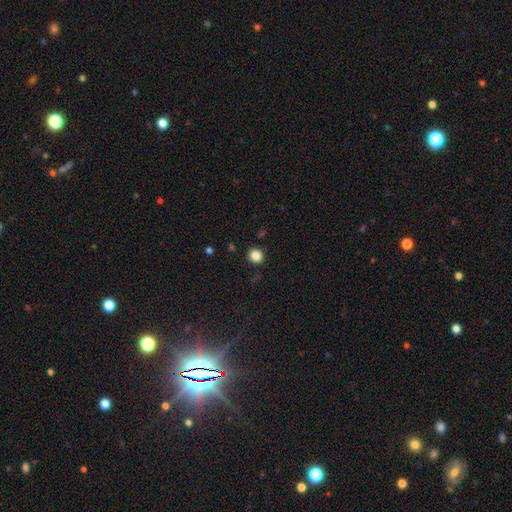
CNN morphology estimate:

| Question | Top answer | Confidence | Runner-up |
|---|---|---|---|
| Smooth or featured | smooth | 85% | star or artifact (11%) |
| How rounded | round | 88% | in between (11%) |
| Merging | none | 90% | minor disturbance (6%) |